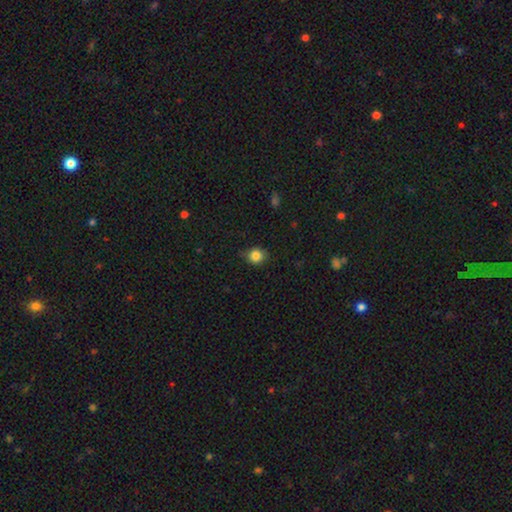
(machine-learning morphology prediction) smooth_or_featured: smooth (p=0.84) [alt: star or artifact p=0.11]
how_rounded: round (p=0.78) [alt: in between p=0.21]
merging: none (p=0.77) [alt: minor disturbance p=0.18]